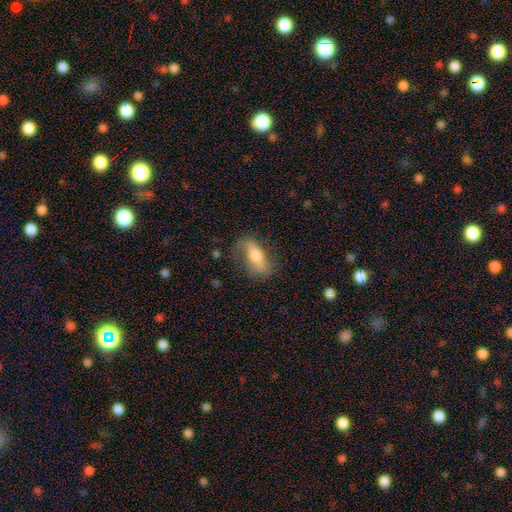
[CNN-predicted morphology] A featured or disk galaxy (47%).

Vote fractions:
- Smooth or featured? featured or disk: 47% / smooth: 46% / star or artifact: 8%
- Merging? none: 64% / minor disturbance: 23% / major disturbance: 12% / merger: 2%